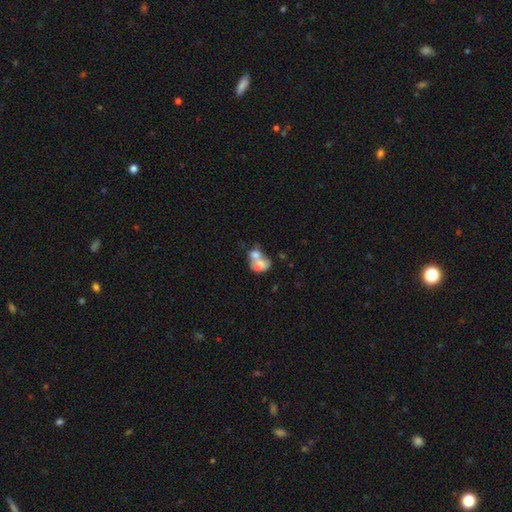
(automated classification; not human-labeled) The model was most divided on "smooth or featured": smooth: 60%, featured or disk: 31%, star or artifact: 9%. More confident: merging — merger (69%); how rounded — in between (66%).